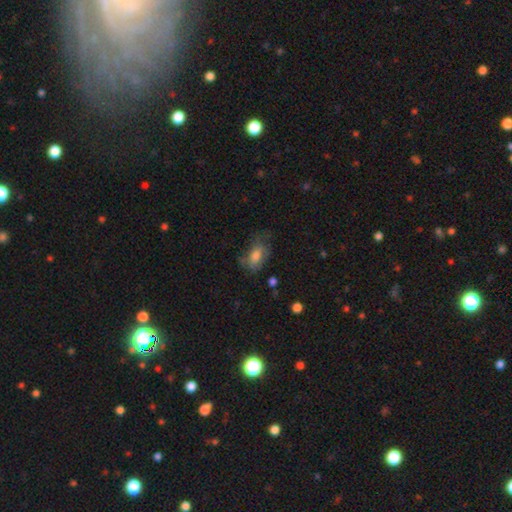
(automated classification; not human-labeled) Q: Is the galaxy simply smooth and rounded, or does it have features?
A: smooth — 62%.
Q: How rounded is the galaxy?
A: in between — 86%.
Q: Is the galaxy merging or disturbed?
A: none — 47%.